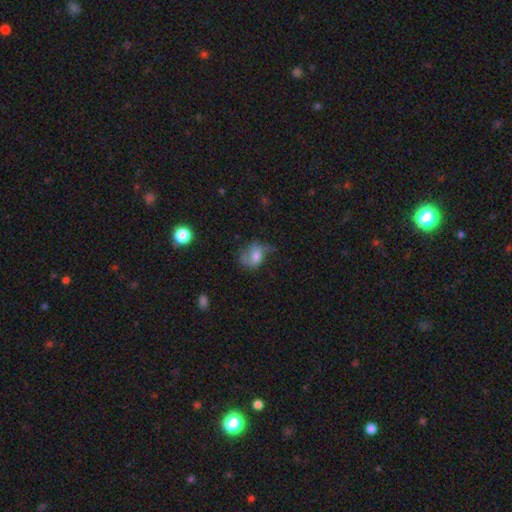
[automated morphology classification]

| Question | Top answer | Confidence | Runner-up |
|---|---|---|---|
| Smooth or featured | smooth | 48% | featured or disk (41%) |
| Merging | none | 40% | major disturbance (29%) |